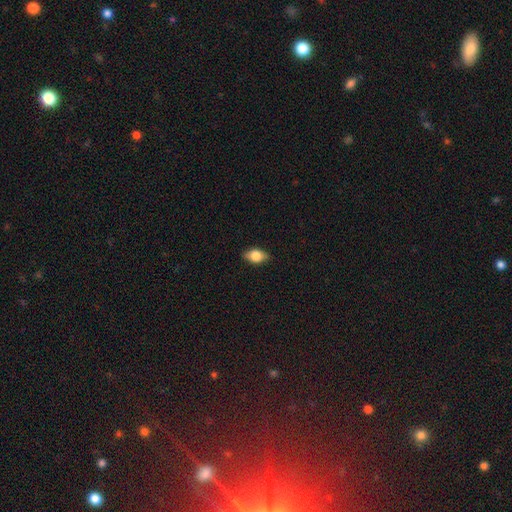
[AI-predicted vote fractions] Smooth or featured? Predicted: smooth (p=0.77). How rounded? Predicted: in between (p=0.86). Merging? Predicted: none (p=0.86).